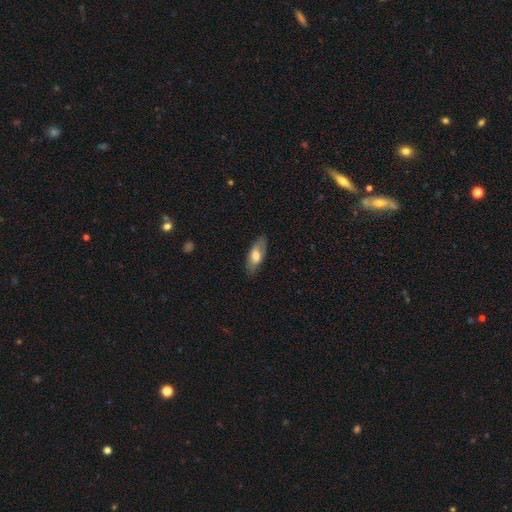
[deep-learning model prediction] Smooth or featured? smooth (66%)
How rounded? in between (76%)
Merging? none (80%)